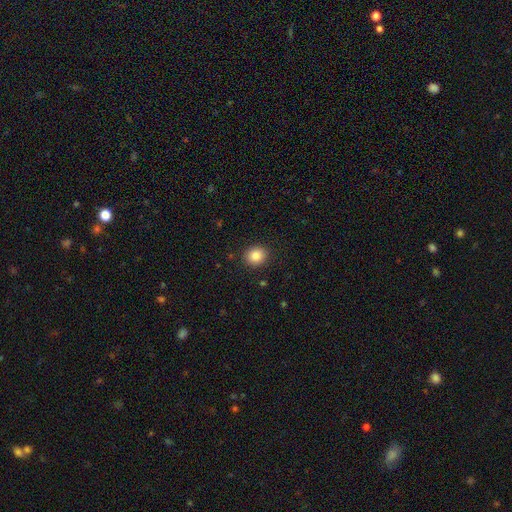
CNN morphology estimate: smooth-or-featured: smooth: 85% | star or artifact: 10% | featured or disk: 5%
  how-rounded: round: 74% | in between: 25% | cigar-shaped: 1%
  merging: none: 90% | minor disturbance: 7% | major disturbance: 2% | merger: 1%